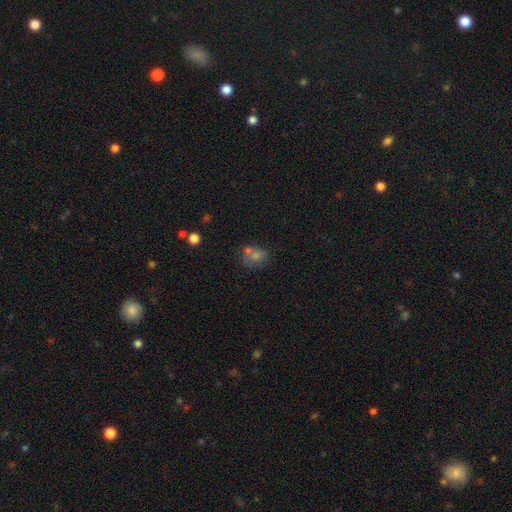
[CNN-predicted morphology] The model was most divided on "how rounded": round: 54%, in between: 44%, cigar-shaped: 2%. Remaining: smooth or featured — smooth (59%); merging — none (48%).